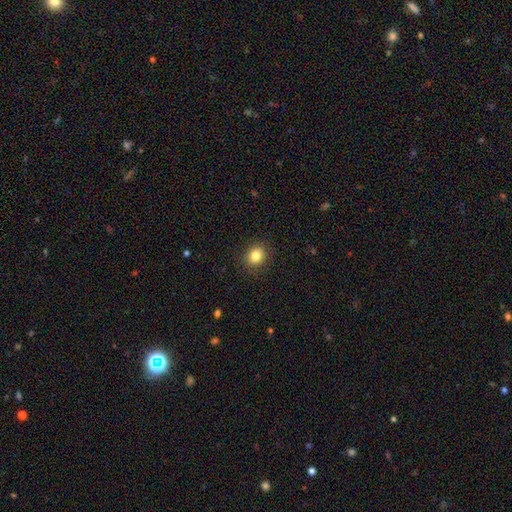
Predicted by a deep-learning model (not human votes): smooth_or_featured: smooth (p=0.83) [alt: star or artifact p=0.11]
how_rounded: round (p=0.70) [alt: in between p=0.29]
merging: none (p=0.89) [alt: minor disturbance p=0.08]